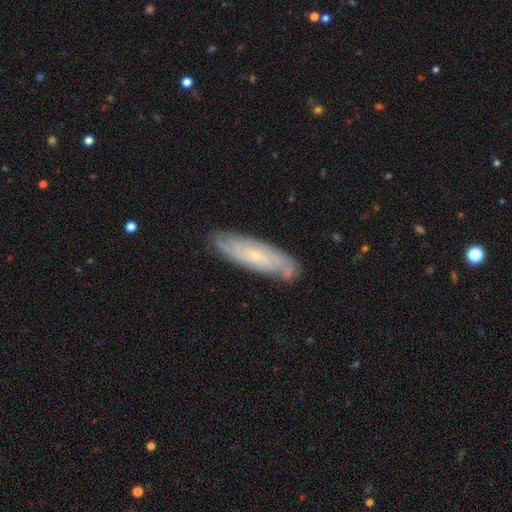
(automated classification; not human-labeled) Q: Smooth or featured?
A: featured or disk (64%); runner-up: smooth (29%)
Q: Edge-on disk?
A: no (75%); runner-up: yes (25%)
Q: Merging?
A: none (80%); runner-up: minor disturbance (15%)